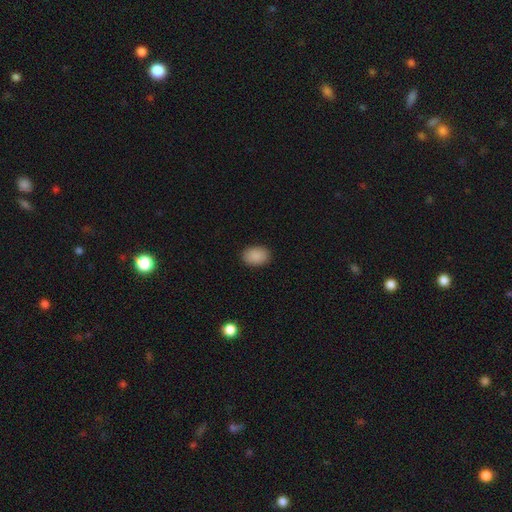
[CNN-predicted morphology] Smooth or featured: smooth — 89% (star or artifact — 8%)
How rounded: in between — 79% (round — 20%)
Merging: none — 89% (minor disturbance — 8%)